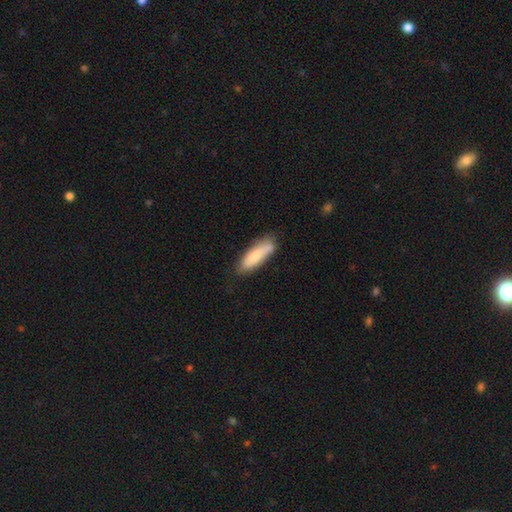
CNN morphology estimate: smooth 75%, featured or disk 19%, star or artifact 6%. Down the decision tree: how rounded — cigar-shaped (52%); merging — none (65%).